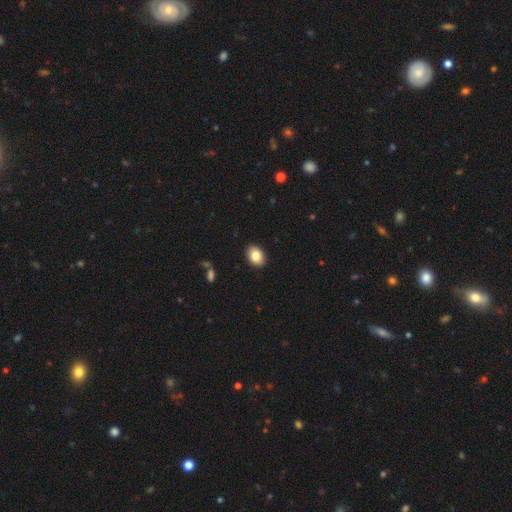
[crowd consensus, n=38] A smooth galaxy with no disk features (92%) that is in between round and cigar-shaped (86%).

Vote fractions:
- Smooth or featured? smooth: 92% / featured or disk: 8% / star or artifact: 0%
- How rounded? in between: 86% / round: 14% / cigar-shaped: 0%
- Merging? none: 92% / major disturbance: 5% / merger: 3% / minor disturbance: 0%